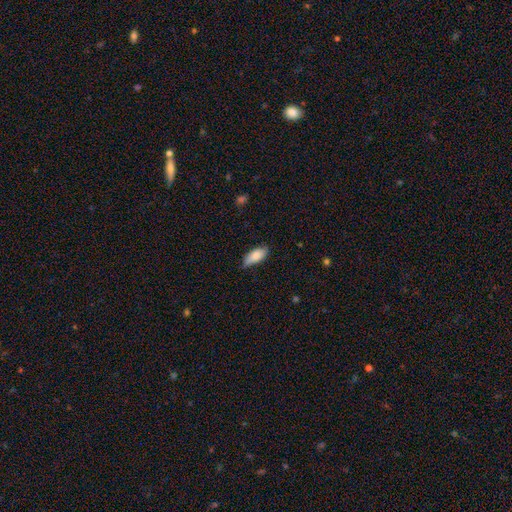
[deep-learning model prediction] Smooth or featured? Predicted: smooth (p=0.84). How rounded? Predicted: in between (p=0.85). Merging? Predicted: none (p=0.63).